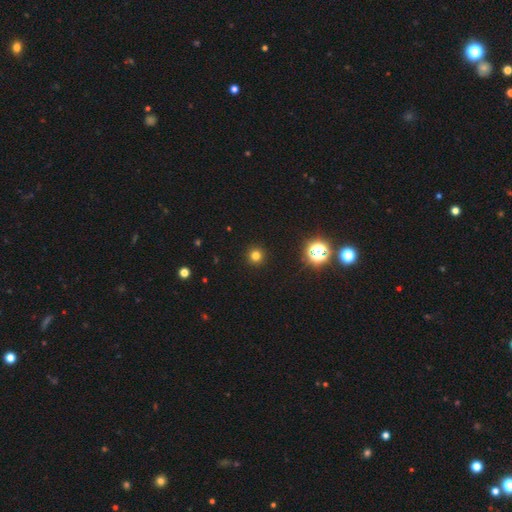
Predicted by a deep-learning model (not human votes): Smooth or featured?
  - smooth: 76% *
  - star or artifact: 19%
  - featured or disk: 5%
How rounded?
  - round: 96% *
  - in between: 3%
  - cigar-shaped: 1%
Merging?
  - none: 93% *
  - minor disturbance: 4%
  - major disturbance: 2%
  - merger: 1%